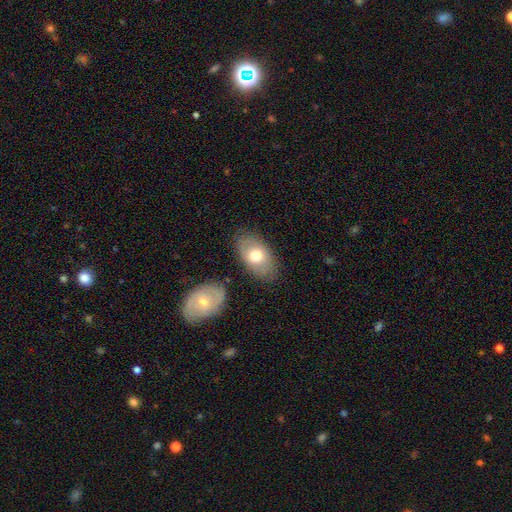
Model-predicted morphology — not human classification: type=smooth (69%); roundness=in between (90%); merging=none (78%).